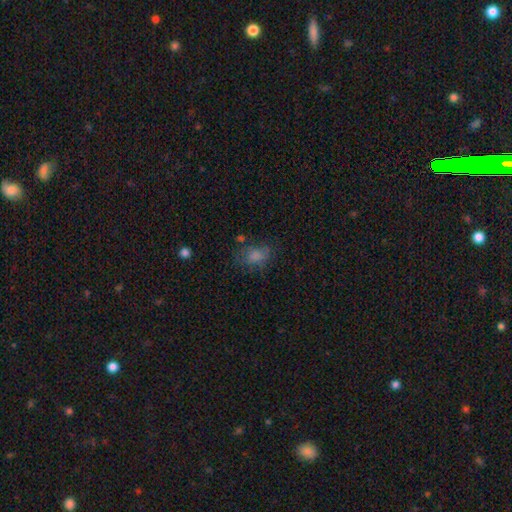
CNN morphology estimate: Smooth or featured? smooth (73%)
How rounded? in between (73%)
Merging? none (53%)